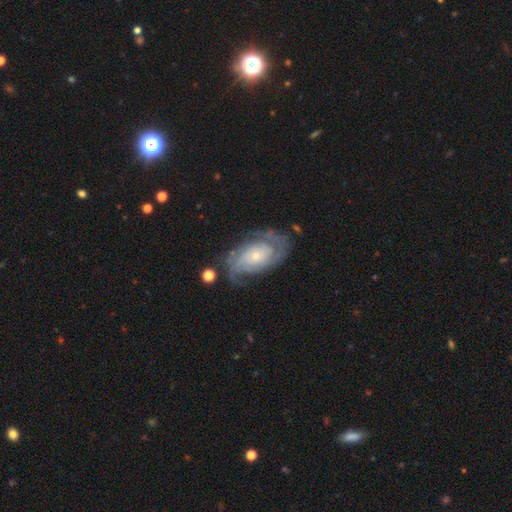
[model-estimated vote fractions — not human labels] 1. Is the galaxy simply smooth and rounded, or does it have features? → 81% featured or disk, 13% smooth, 6% star or artifact.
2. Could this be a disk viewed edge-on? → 96% no, 4% yes.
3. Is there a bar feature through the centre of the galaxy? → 77% no, 18% weak, 4% strong.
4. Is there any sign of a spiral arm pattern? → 92% yes, 8% no.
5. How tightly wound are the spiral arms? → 52% tight, 33% medium, 15% loose.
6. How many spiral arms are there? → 47% 2, 29% can't tell, 11% 3, 5% 1, 5% 4, 4% more than 4.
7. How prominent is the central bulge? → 74% small, 20% moderate, 3% large, 2% none, 1% dominant.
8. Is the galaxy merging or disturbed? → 64% none, 21% minor disturbance, 13% major disturbance, 2% merger.